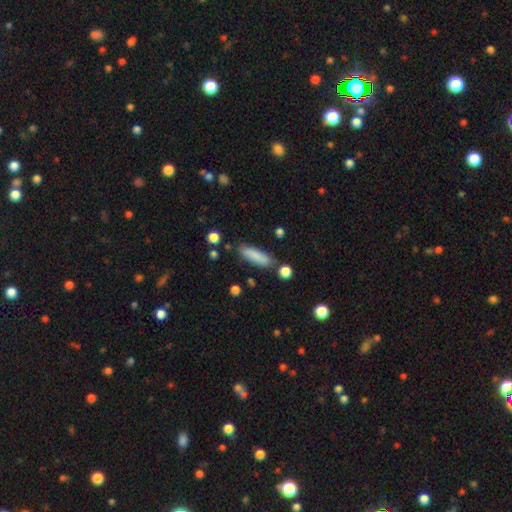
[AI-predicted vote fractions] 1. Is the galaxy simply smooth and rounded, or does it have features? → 85% smooth, 8% featured or disk, 7% star or artifact.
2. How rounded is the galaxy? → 59% cigar-shaped, 39% in between, 2% round.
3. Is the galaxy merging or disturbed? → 78% none, 13% minor disturbance, 5% merger, 3% major disturbance.